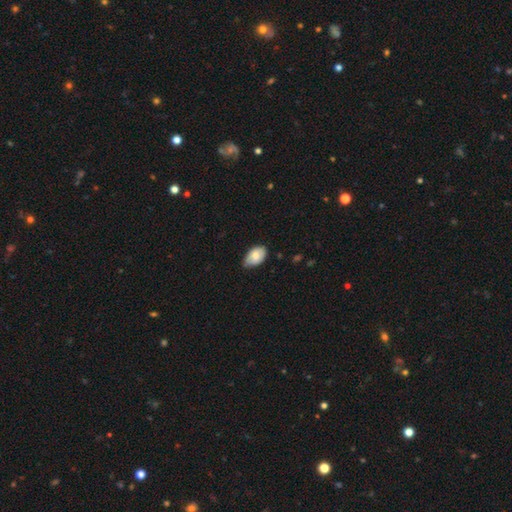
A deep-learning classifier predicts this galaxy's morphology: smooth 78%, featured or disk 15%, star or artifact 7%. Down the decision tree: how rounded — in between (92%); merging — none (57%).